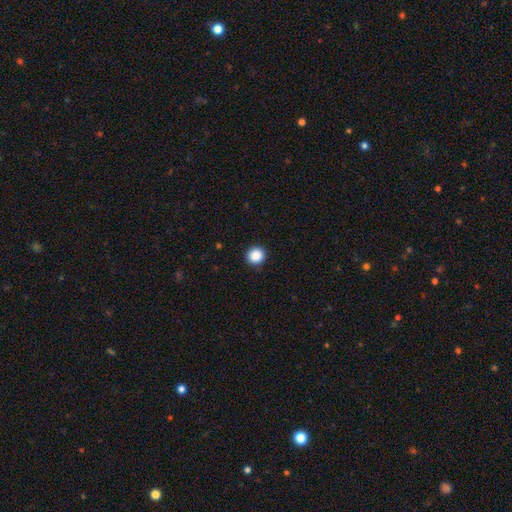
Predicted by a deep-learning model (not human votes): Overall: smooth (88%). How rounded: round (94%). Merging: none (92%).